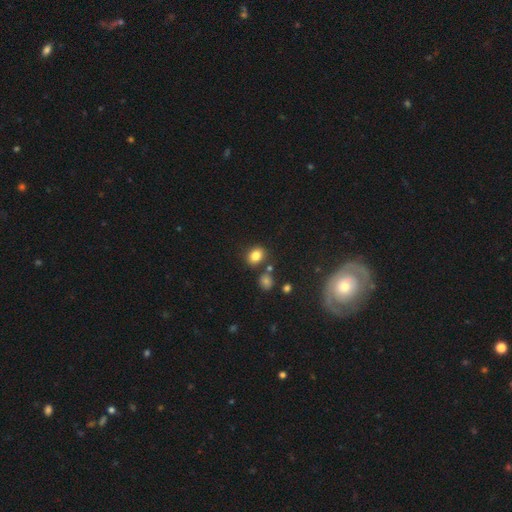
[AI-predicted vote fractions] smooth-or-featured: smooth: 81% | star or artifact: 12% | featured or disk: 6%
  how-rounded: in between: 53% | round: 46% | cigar-shaped: 1%
  merging: none: 75% | minor disturbance: 12% | merger: 10% | major disturbance: 3%